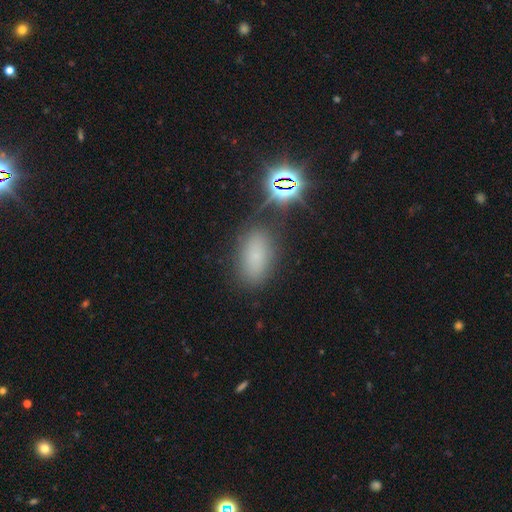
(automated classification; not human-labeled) Smooth or featured?
  - smooth: 62% *
  - star or artifact: 27%
  - featured or disk: 11%
How rounded?
  - in between: 88% *
  - round: 7%
  - cigar-shaped: 5%
Merging?
  - none: 78% *
  - minor disturbance: 14%
  - major disturbance: 5%
  - merger: 4%